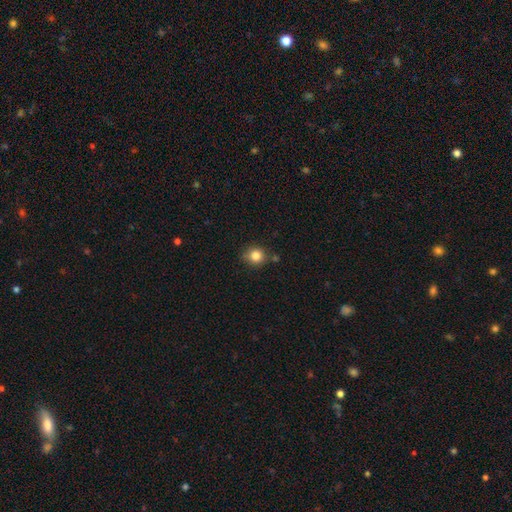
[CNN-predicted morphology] Overall: smooth (84%). How rounded: round (87%). Merging: none (76%).